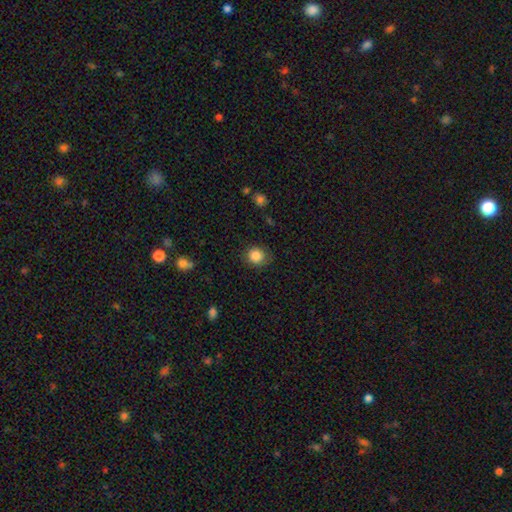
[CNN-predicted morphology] smooth 86%, star or artifact 10%, featured or disk 5%. Down the decision tree: how rounded — round (84%); merging — none (80%).